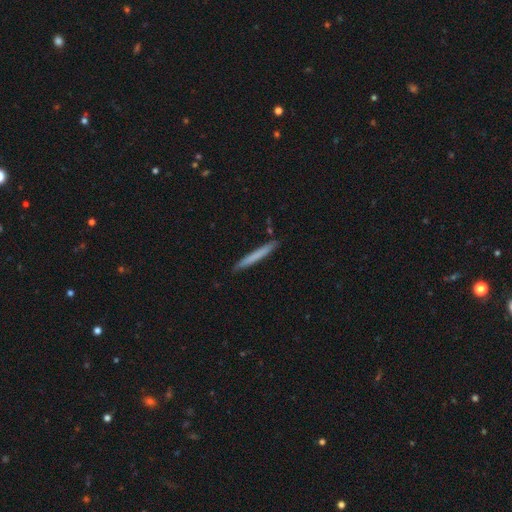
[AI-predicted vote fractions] The model was most divided on "smooth or featured": smooth: 68%, featured or disk: 26%, star or artifact: 5%. More confident: how rounded — cigar-shaped (97%); merging — none (90%).